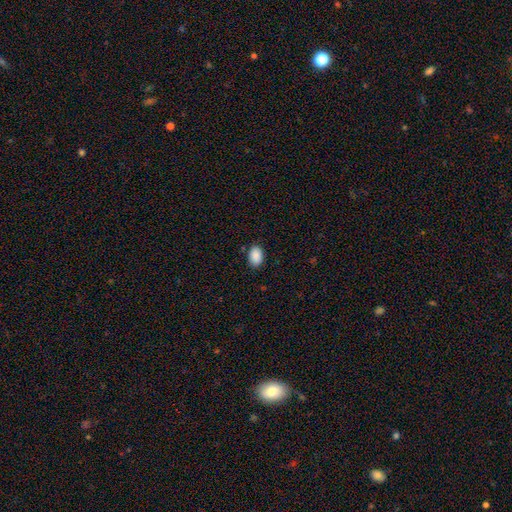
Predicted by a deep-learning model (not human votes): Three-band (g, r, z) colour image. It shows a smooth galaxy with no disk features (90%) that is in between round and cigar-shaped (86%). Merging: none (85%).